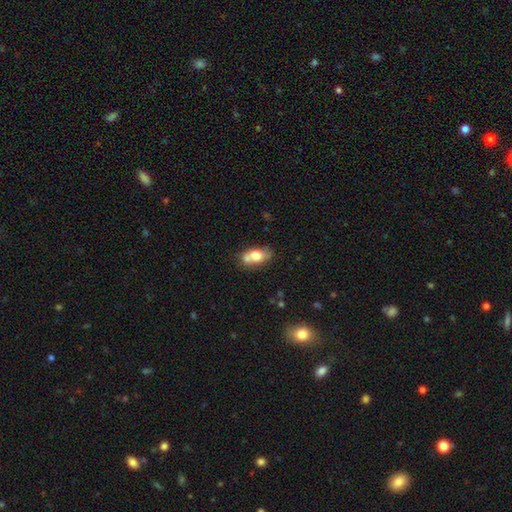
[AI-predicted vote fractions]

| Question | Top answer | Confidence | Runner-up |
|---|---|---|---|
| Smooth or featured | smooth | 68% | featured or disk (24%) |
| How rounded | in between | 81% | round (15%) |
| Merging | none | 45% | merger (33%) |